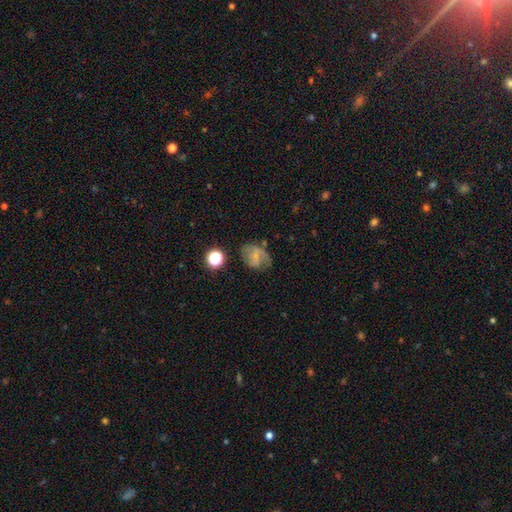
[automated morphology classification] Smooth or featured? Predicted: smooth (p=0.52). How rounded? Predicted: in between (p=0.59). Merging? Predicted: none (p=0.51).